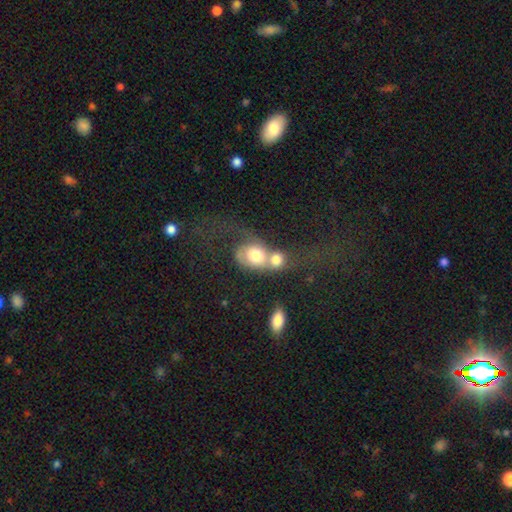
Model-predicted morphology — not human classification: smooth_or_featured: smooth (p=0.63) [alt: featured or disk p=0.28]
how_rounded: round (p=0.54) [alt: in between p=0.45]
merging: merger (p=0.72) [alt: none p=0.13]